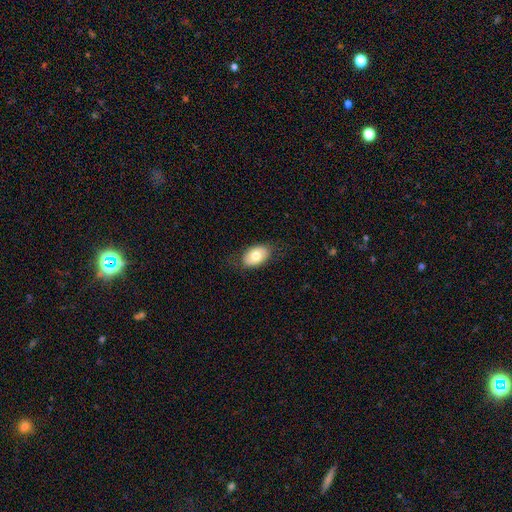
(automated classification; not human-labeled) Smooth or featured? Predicted: smooth (p=0.71). How rounded? Predicted: in between (p=0.89). Merging? Predicted: none (p=0.79).